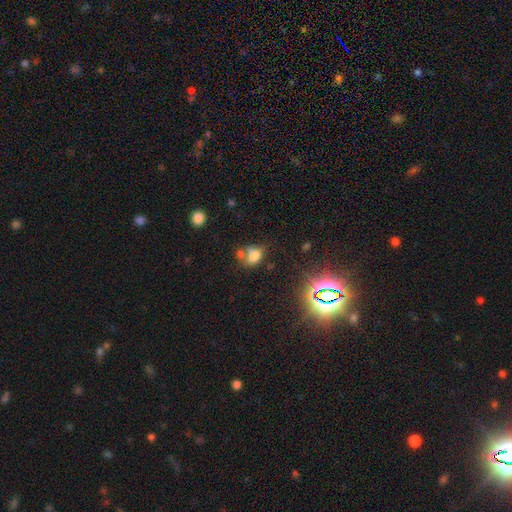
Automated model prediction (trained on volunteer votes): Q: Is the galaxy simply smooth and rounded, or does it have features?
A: star or artifact — 46%.